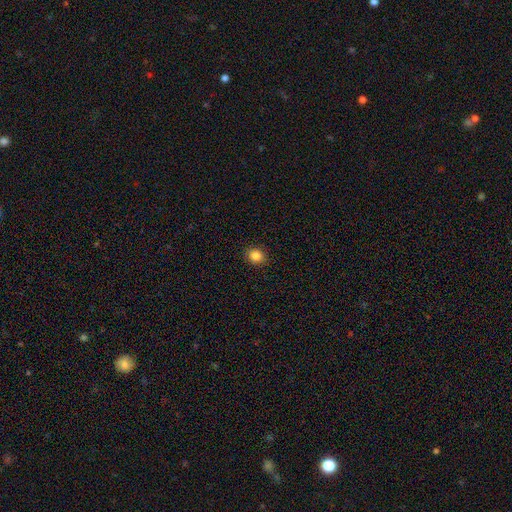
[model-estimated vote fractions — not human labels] Overall: smooth (85%). How rounded: round (78%). Merging: none (92%).